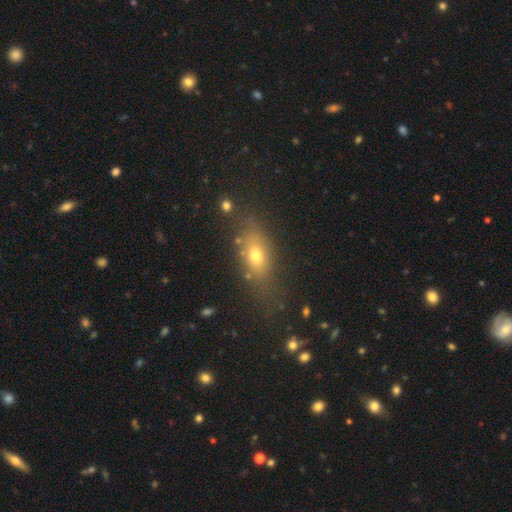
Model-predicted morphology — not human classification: type=smooth (68%); roundness=in between (72%); merging=none (71%).